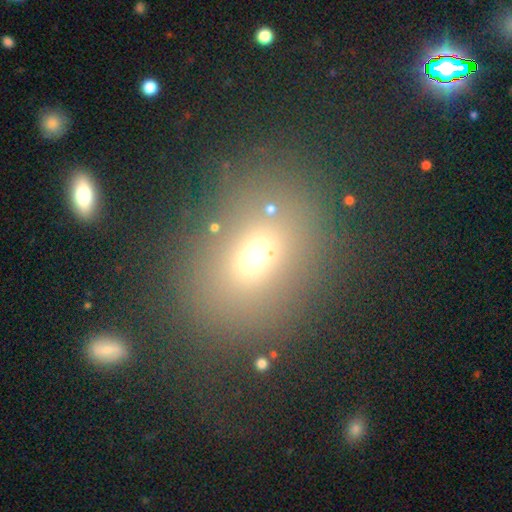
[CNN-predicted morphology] The model was most divided on "how rounded": in between: 50%, round: 48%, cigar-shaped: 2%. More confident: merging — none (70%); smooth or featured — smooth (63%).